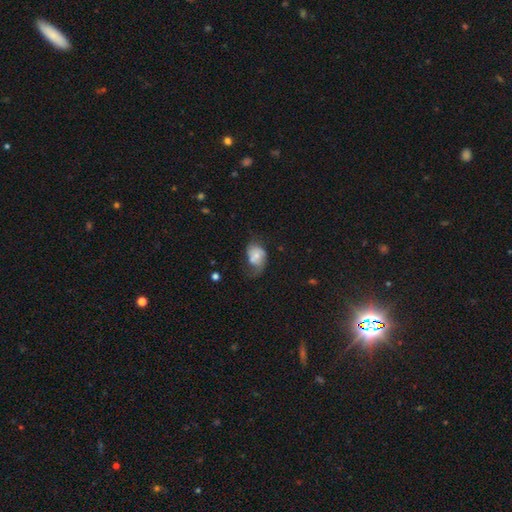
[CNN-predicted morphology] A smooth galaxy with no disk features (49%). Merging: none (32%).